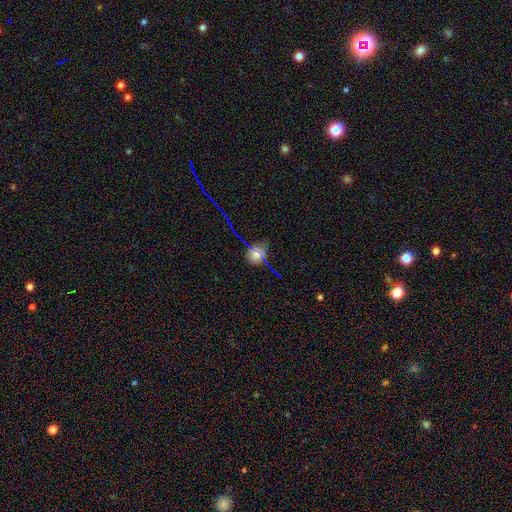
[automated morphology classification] A smooth galaxy with no disk features (54%) that is round (54%). Merging: none (73%).